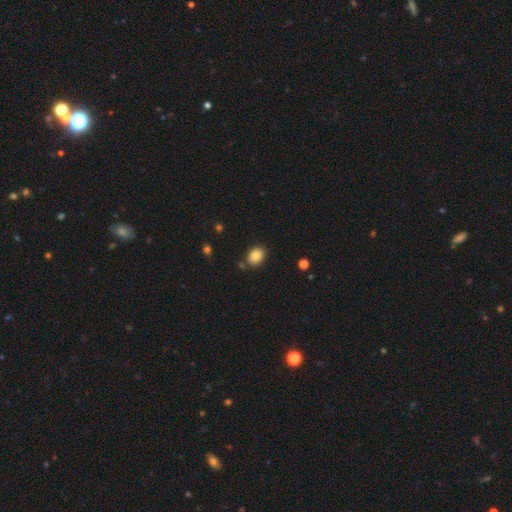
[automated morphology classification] Smooth or featured?
  - smooth: 85% *
  - star or artifact: 9%
  - featured or disk: 6%
How rounded?
  - in between: 65% *
  - round: 34%
  - cigar-shaped: 1%
Merging?
  - none: 83% *
  - minor disturbance: 10%
  - merger: 4%
  - major disturbance: 3%